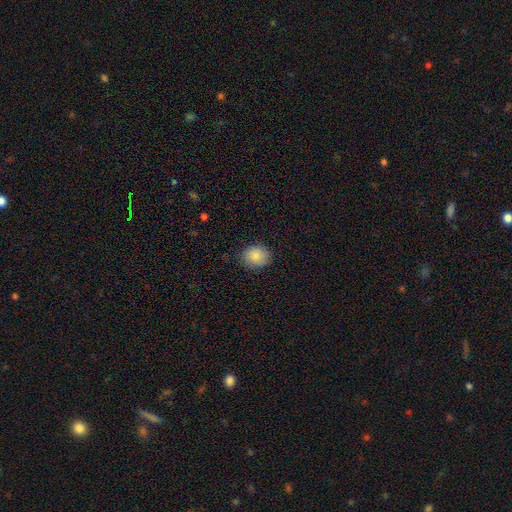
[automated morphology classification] smooth-or-featured: smooth: 88% | star or artifact: 8% | featured or disk: 4%
  how-rounded: round: 69% | in between: 30% | cigar-shaped: 1%
  merging: none: 85% | minor disturbance: 11% | major disturbance: 3% | merger: 1%